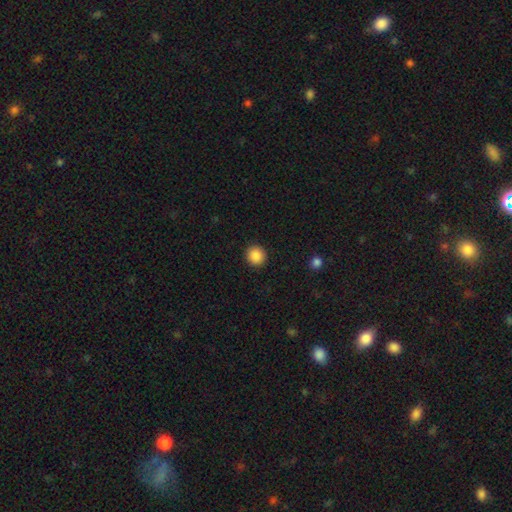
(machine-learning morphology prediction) Smooth or featured? Predicted: smooth (p=0.88). How rounded? Predicted: round (p=0.93). Merging? Predicted: none (p=0.92).